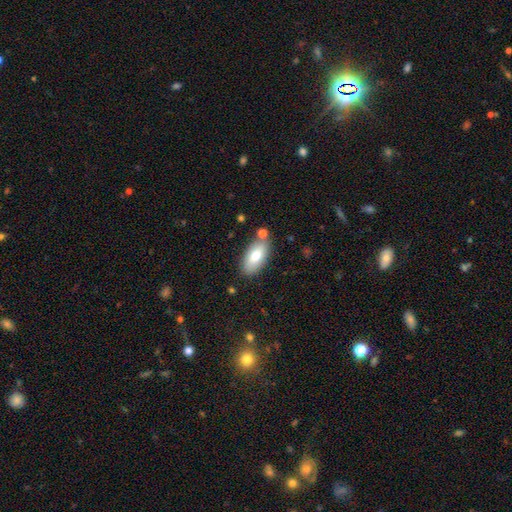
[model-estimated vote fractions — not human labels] A smooth galaxy with no disk features (74%) that is in between round and cigar-shaped (91%). Merging: none (79%).